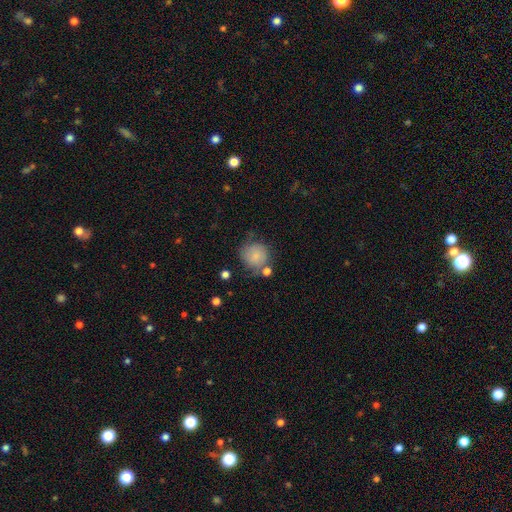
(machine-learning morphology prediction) The model was most divided on "merging": none: 59%, minor disturbance: 22%, merger: 10%, major disturbance: 9%. More confident: how rounded — round (87%); smooth or featured — smooth (75%).